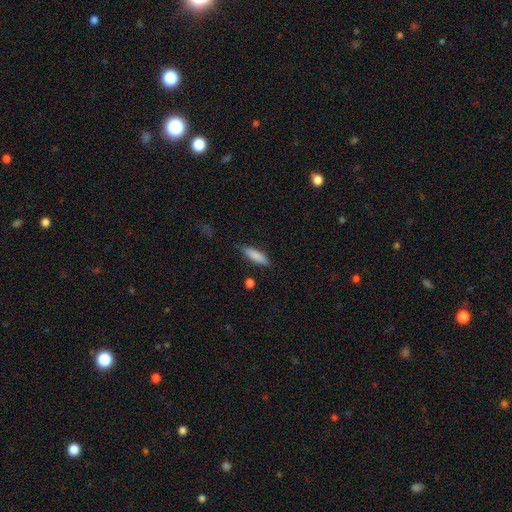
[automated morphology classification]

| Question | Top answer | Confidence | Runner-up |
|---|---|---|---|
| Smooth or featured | smooth | 84% | featured or disk (10%) |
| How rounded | cigar-shaped | 60% | in between (38%) |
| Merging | none | 80% | minor disturbance (15%) |